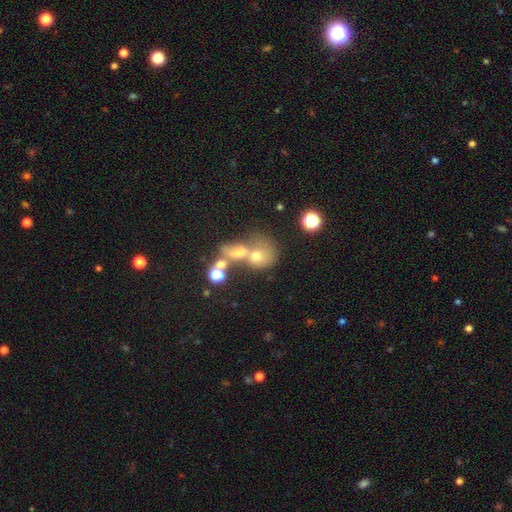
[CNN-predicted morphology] type=smooth (46%); merging=merger (60%).